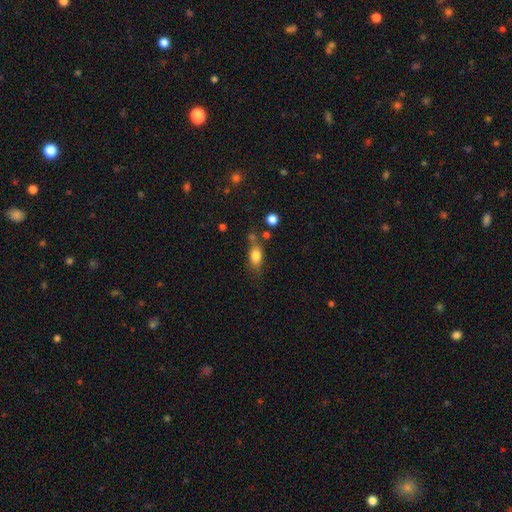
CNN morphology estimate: Smooth or featured: smooth — 80% (featured or disk — 12%)
How rounded: in between — 77% (round — 15%)
Merging: none — 58% (minor disturbance — 21%)